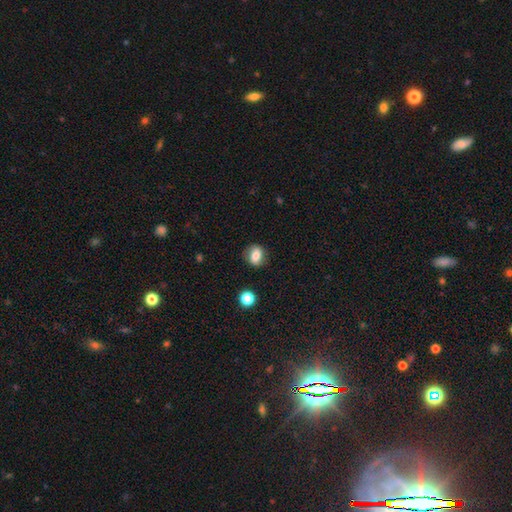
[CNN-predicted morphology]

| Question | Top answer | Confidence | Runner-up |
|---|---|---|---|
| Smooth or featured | smooth | 75% | featured or disk (16%) |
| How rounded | in between | 50% | round (49%) |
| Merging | none | 81% | minor disturbance (14%) |